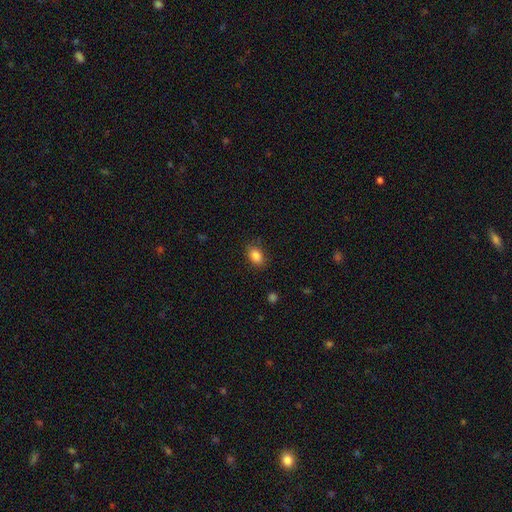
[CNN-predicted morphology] Smooth or featured? Predicted: smooth (p=0.87). How rounded? Predicted: in between (p=0.83). Merging? Predicted: none (p=0.85).